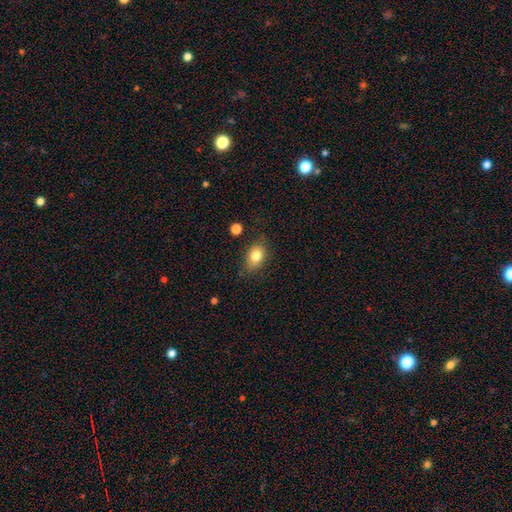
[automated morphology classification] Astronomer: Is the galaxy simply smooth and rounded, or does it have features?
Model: smooth — 81%.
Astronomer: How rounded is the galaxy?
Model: in between — 78%.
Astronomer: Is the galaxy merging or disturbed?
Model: none — 77%.